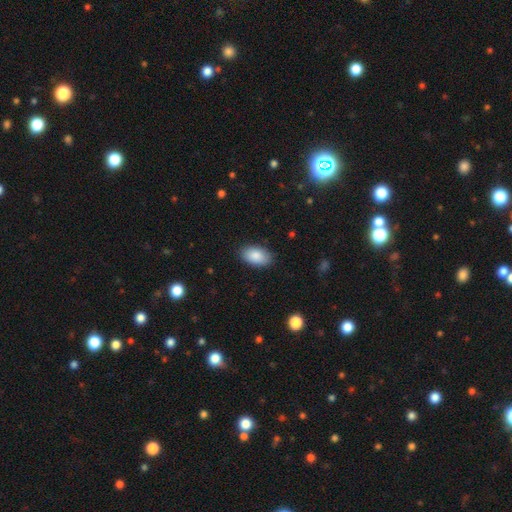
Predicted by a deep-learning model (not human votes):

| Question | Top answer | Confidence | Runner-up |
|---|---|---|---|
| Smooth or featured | smooth | 88% | star or artifact (7%) |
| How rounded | in between | 94% | round (5%) |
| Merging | none | 87% | minor disturbance (10%) |